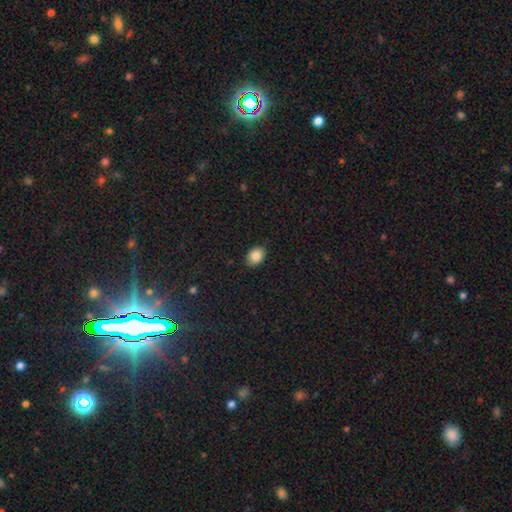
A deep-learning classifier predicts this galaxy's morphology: Overall: smooth (86%). How rounded: in between (69%; round 30%). Merging: none (86%).